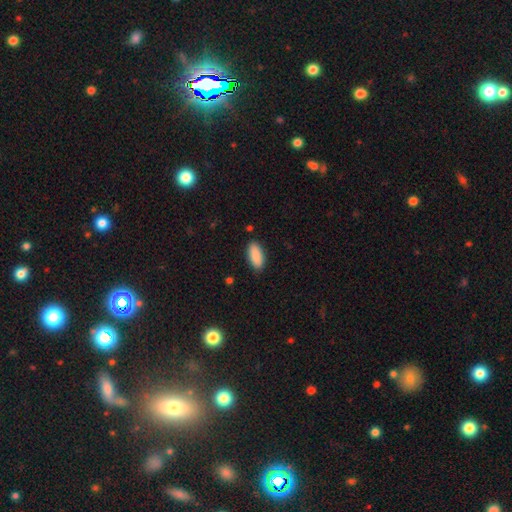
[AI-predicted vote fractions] This appears to be a smooth galaxy with no disk features (90%) that is in between round and cigar-shaped (86%). Merging: none (88%).